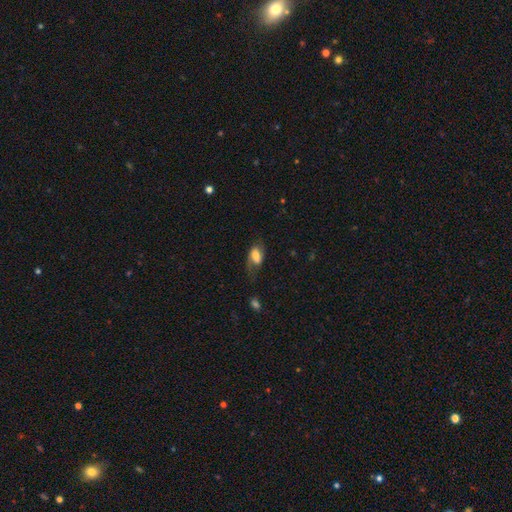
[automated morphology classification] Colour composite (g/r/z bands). It shows a smooth galaxy with no disk features (62%) that is in between round and cigar-shaped (89%). Merging: none (46%).